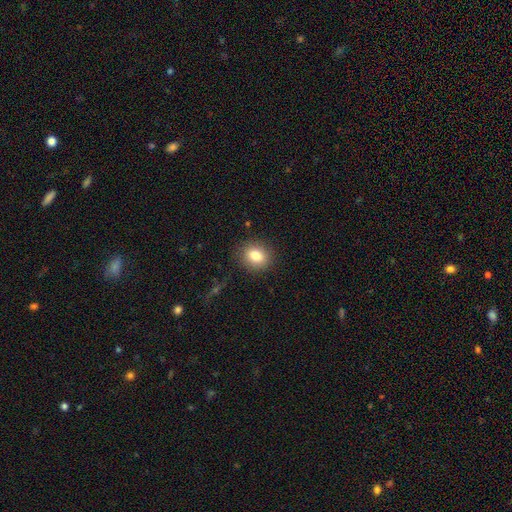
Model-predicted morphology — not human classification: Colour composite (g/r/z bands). It shows a smooth galaxy with no disk features (82%) that is round (63%). Merging: none (87%).